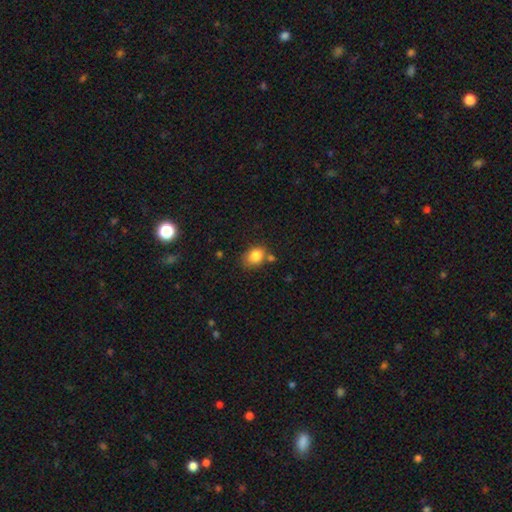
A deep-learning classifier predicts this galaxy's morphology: The model was most divided on "how rounded": in between: 59%, round: 40%, cigar-shaped: 1%. More confident: smooth or featured — smooth (83%); merging — none (63%).